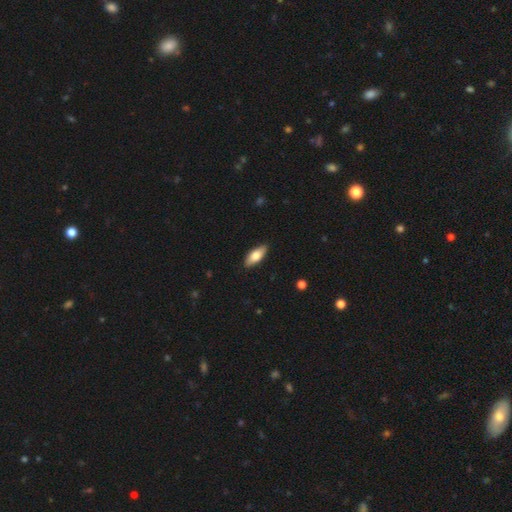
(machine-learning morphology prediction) Q: Smooth or featured?
A: smooth (74%); runner-up: featured or disk (20%)
Q: How rounded?
A: in between (82%); runner-up: cigar-shaped (16%)
Q: Merging?
A: none (88%); runner-up: minor disturbance (9%)